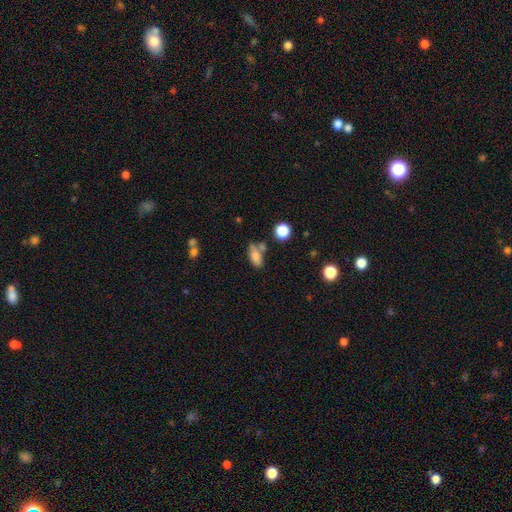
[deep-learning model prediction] Smooth or featured?
  - smooth: 78% *
  - featured or disk: 12%
  - star or artifact: 11%
How rounded?
  - in between: 84% *
  - cigar-shaped: 9%
  - round: 7%
Merging?
  - none: 50% *
  - merger: 23%
  - minor disturbance: 20%
  - major disturbance: 8%